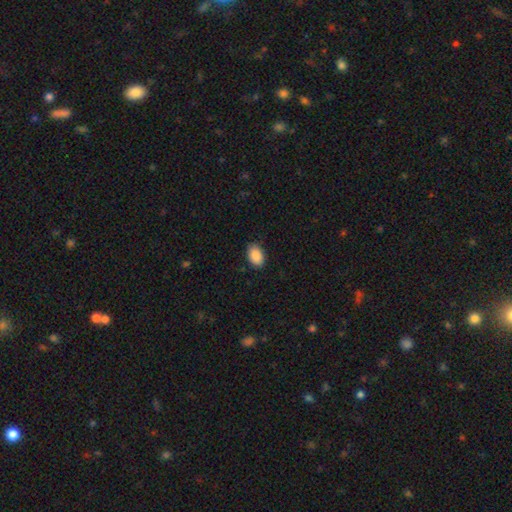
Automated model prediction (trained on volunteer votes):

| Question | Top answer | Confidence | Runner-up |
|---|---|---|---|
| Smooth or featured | smooth | 90% | star or artifact (7%) |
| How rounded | in between | 89% | round (10%) |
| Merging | none | 86% | minor disturbance (11%) |